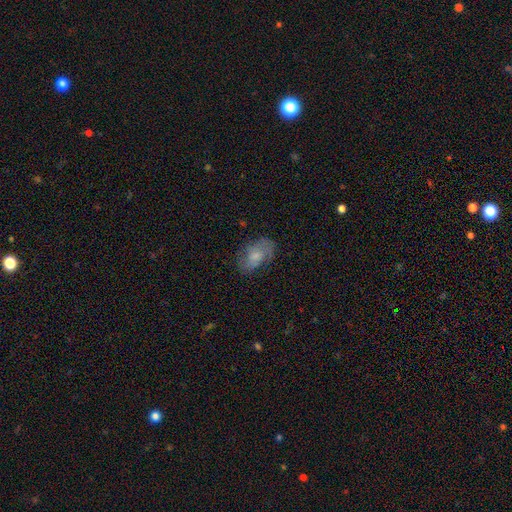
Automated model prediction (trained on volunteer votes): The model was most divided on "smooth or featured": smooth: 57%, featured or disk: 35%, star or artifact: 8%. More confident: how rounded — in between (89%); merging — none (66%).